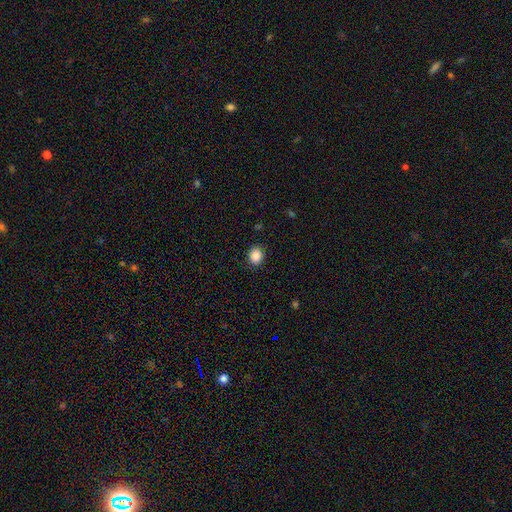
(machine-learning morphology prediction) A smooth galaxy with no disk features (87%) that is round (70%).

Vote fractions:
- Smooth or featured? smooth: 87% / star or artifact: 9% / featured or disk: 4%
- How rounded? round: 70% / in between: 29% / cigar-shaped: 1%
- Merging? none: 91% / minor disturbance: 6% / major disturbance: 2% / merger: 1%